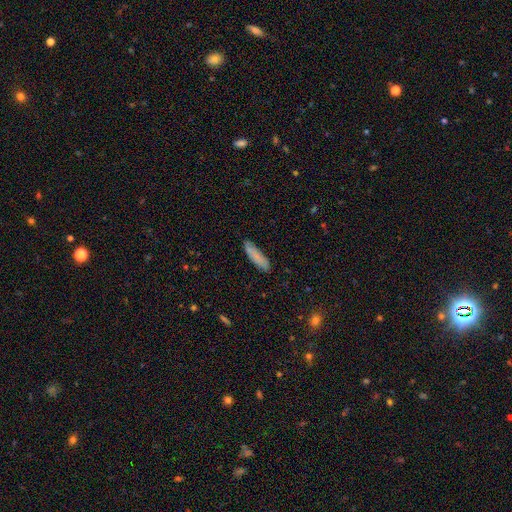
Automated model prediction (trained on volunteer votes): This is clearly a smooth galaxy (81%). How rounded: likely cigar-shaped (72%). Merging: clearly none (81%).